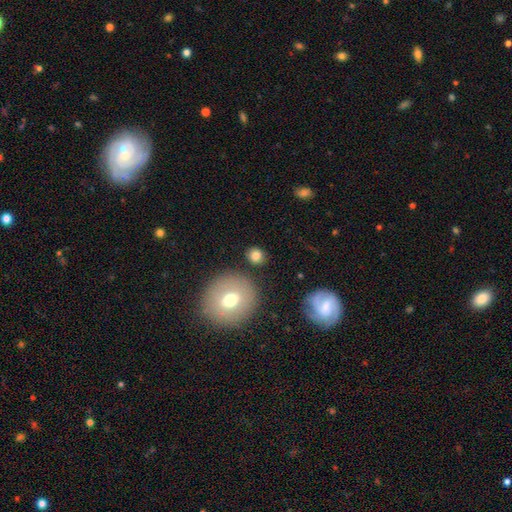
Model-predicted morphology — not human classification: smooth_or_featured: smooth (p=0.81) [alt: star or artifact p=0.10]
how_rounded: round (p=0.72) [alt: in between p=0.27]
merging: none (p=0.82) [alt: minor disturbance p=0.09]